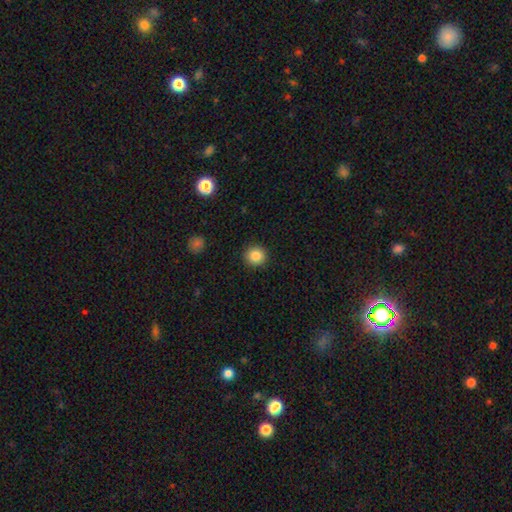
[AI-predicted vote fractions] Q: Smooth or featured?
A: smooth (85%); runner-up: star or artifact (10%)
Q: How rounded?
A: round (93%); runner-up: in between (6%)
Q: Merging?
A: none (92%); runner-up: minor disturbance (5%)